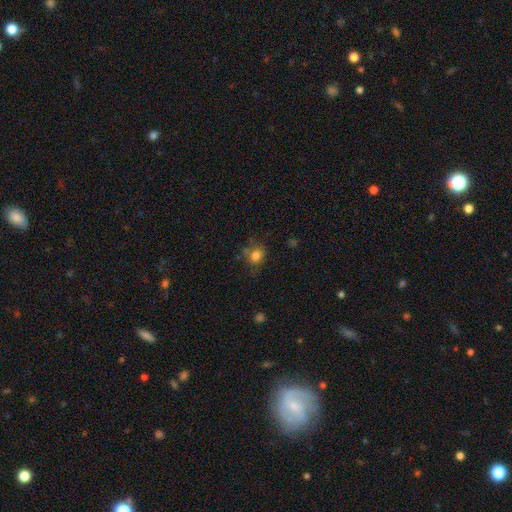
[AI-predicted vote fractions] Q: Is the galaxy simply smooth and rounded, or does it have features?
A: smooth — 78%.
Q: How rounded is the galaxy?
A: round — 66%.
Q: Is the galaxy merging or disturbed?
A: none — 62%.